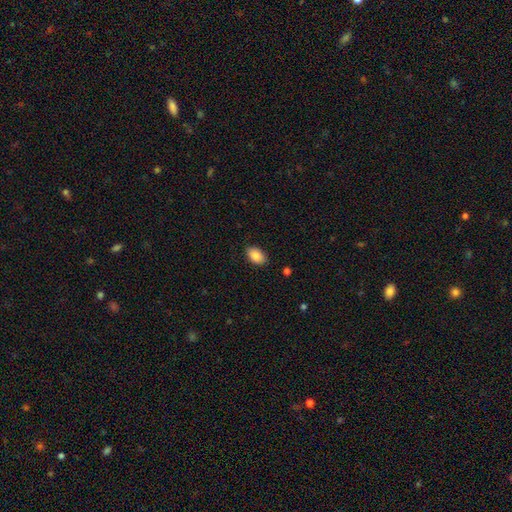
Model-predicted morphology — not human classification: Smooth or featured?
  - smooth: 88% *
  - star or artifact: 7%
  - featured or disk: 4%
How rounded?
  - in between: 91% *
  - round: 8%
  - cigar-shaped: 1%
Merging?
  - none: 85% *
  - minor disturbance: 12%
  - major disturbance: 2%
  - merger: 1%